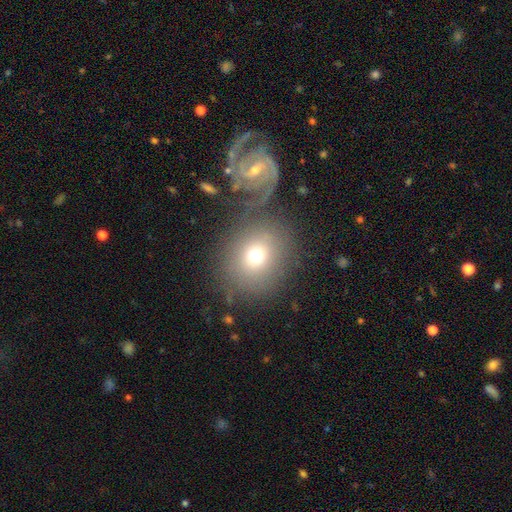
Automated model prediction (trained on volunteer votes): smooth_or_featured: smooth (p=0.70) [alt: featured or disk p=0.16]
how_rounded: round (p=0.70) [alt: in between p=0.29]
merging: none (p=0.67) [alt: minor disturbance p=0.13]